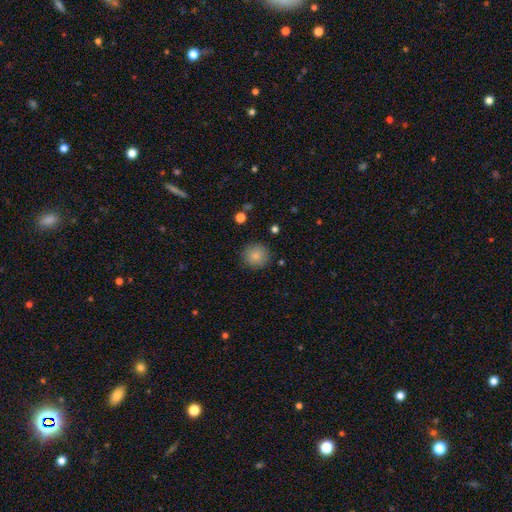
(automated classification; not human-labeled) Overall: smooth (85%). How rounded: round (92%). Merging: none (87%).